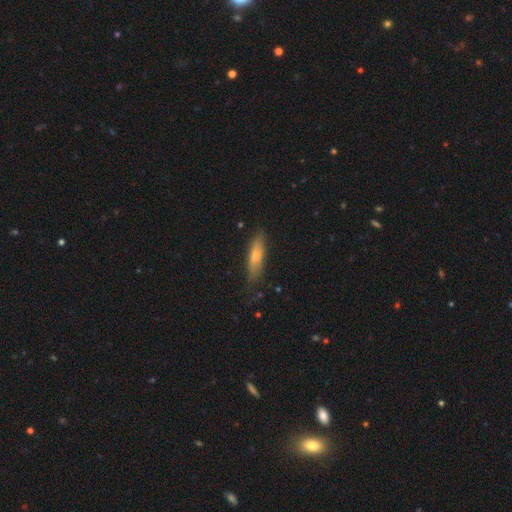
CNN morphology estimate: Smooth or featured? Predicted: smooth (p=0.70). How rounded? Predicted: cigar-shaped (p=0.71). Merging? Predicted: none (p=0.79).